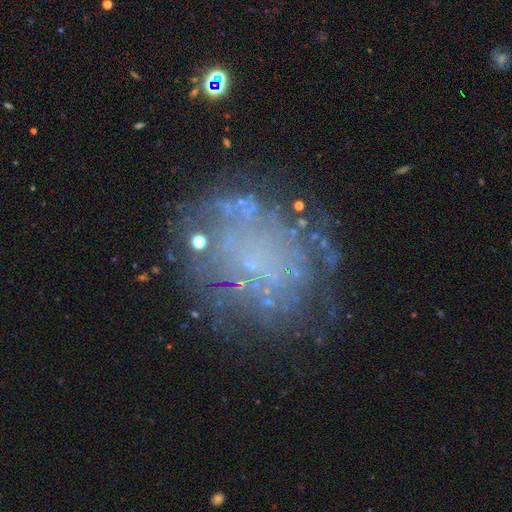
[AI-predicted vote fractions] Smooth or featured? featured or disk (60%)
Edge-on disk? no (98%)
Bar? no (92%)
Spiral arms? no (73%)
Bulge size? none (64%)
Merging? none (65%)